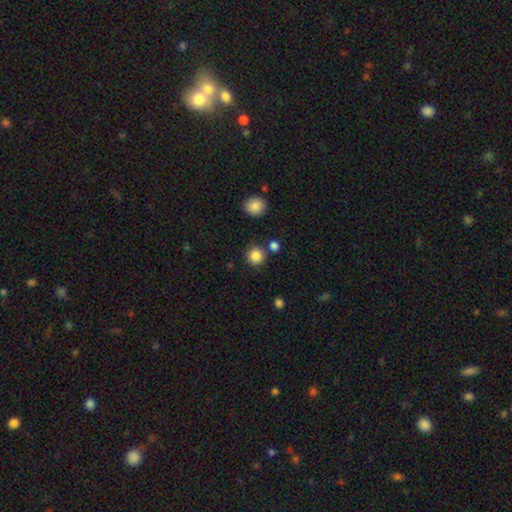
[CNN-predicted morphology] A smooth galaxy with no disk features (85%) that is round (93%). Merging: none (82%).